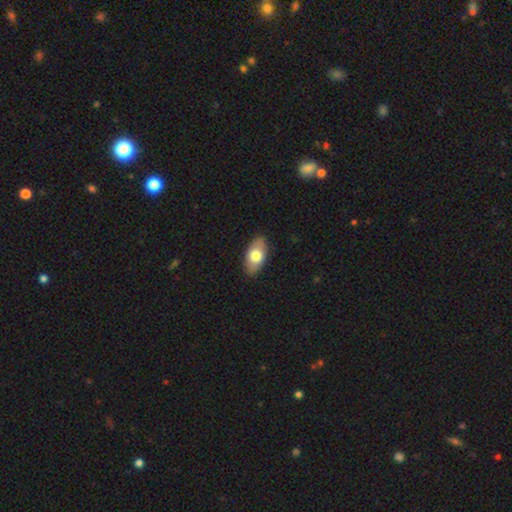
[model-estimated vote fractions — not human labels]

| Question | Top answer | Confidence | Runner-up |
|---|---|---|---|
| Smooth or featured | smooth | 71% | featured or disk (23%) |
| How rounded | in between | 92% | round (4%) |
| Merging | none | 86% | minor disturbance (11%) |